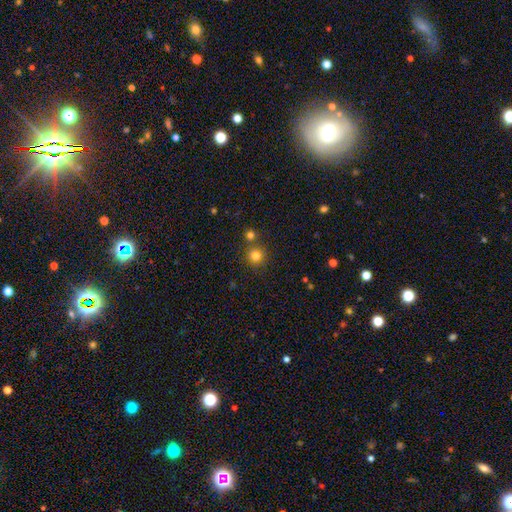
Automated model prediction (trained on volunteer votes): smooth 80%, star or artifact 14%, featured or disk 6%. Down the decision tree: how rounded — round (93%); merging — none (76%).